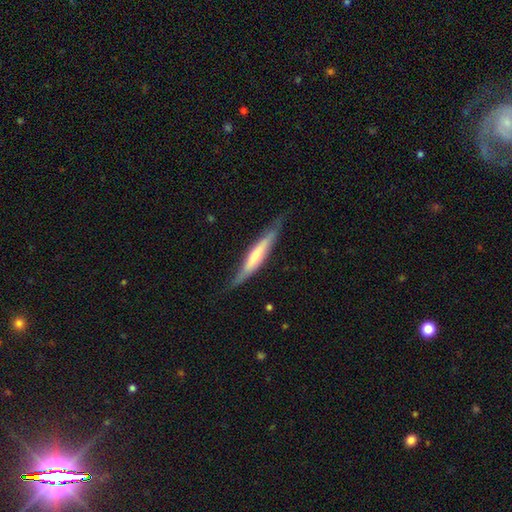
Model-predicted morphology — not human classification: Smooth or featured? featured or disk (49%)
Merging? none (76%)